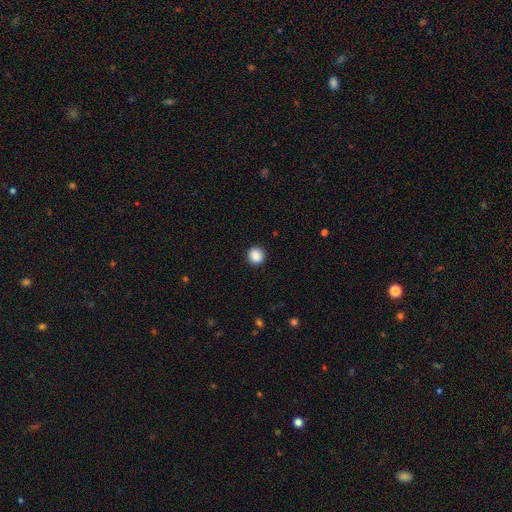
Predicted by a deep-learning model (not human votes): Overall: smooth (88%). How rounded: round (94%). Merging: none (92%).